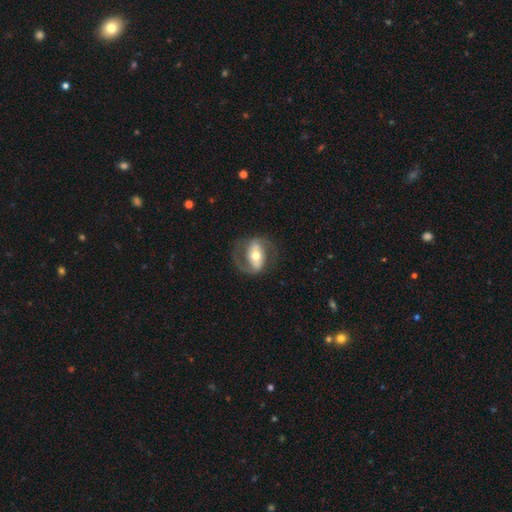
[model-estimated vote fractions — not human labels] Overall: featured or disk (77%). Edge-on disk: no (95%). Bar: strong (51%; weak 27%). Spiral arms: yes (84%). Spiral arm count: 2 (83%). Spiral winding: medium (49%; loose 27%). Bulge size: moderate (68%). Merging: none (71%).